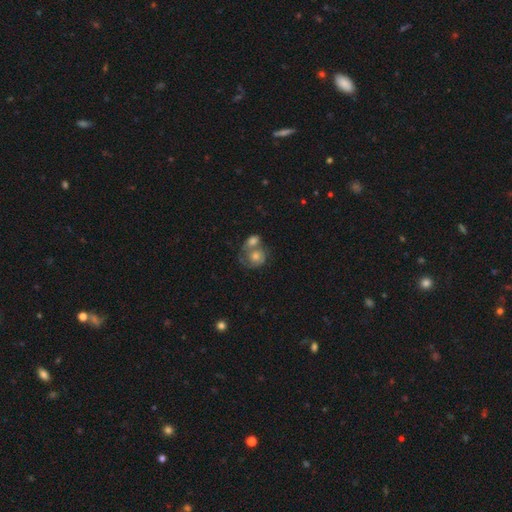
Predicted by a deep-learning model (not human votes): Smooth or featured? Predicted: smooth (p=0.50). Merging? Predicted: merger (p=0.55).